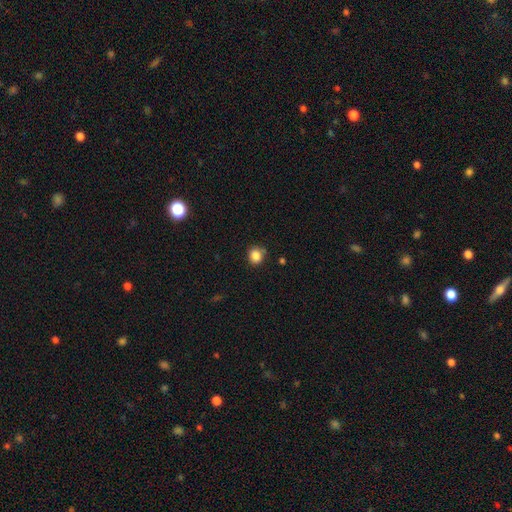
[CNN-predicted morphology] Q: Smooth or featured?
A: smooth (85%); runner-up: star or artifact (11%)
Q: How rounded?
A: round (75%); runner-up: in between (24%)
Q: Merging?
A: none (76%); runner-up: minor disturbance (16%)